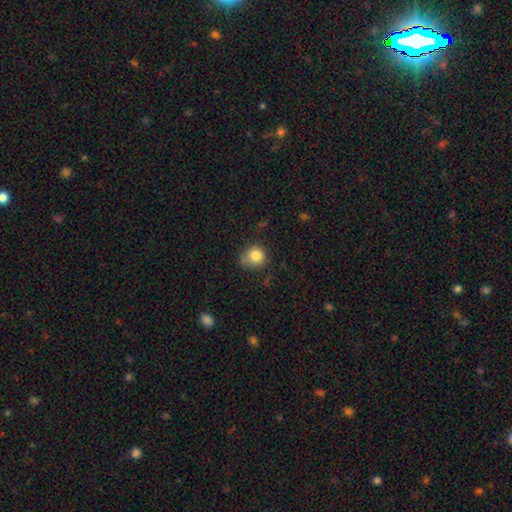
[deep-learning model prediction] smooth_or_featured: smooth (p=0.82) [alt: star or artifact p=0.11]
how_rounded: round (p=0.82) [alt: in between p=0.17]
merging: none (p=0.61) [alt: minor disturbance p=0.28]